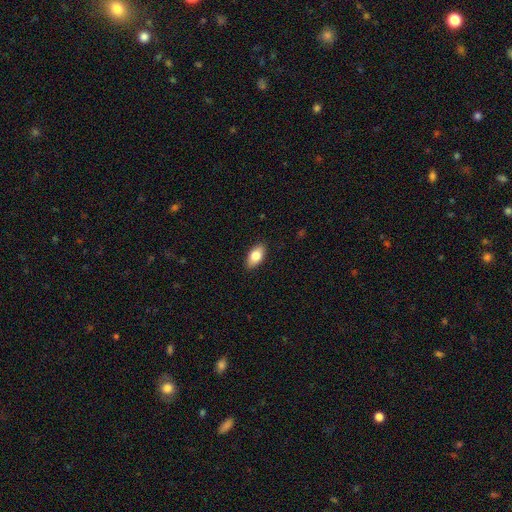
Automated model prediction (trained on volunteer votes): Smooth or featured? Predicted: smooth (p=0.81). How rounded? Predicted: in between (p=0.91). Merging? Predicted: none (p=0.88).